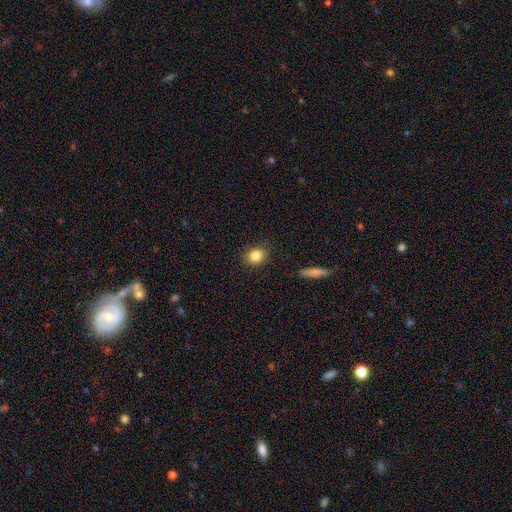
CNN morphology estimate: A smooth galaxy with no disk features (83%) that is round (72%). Merging: none (88%).